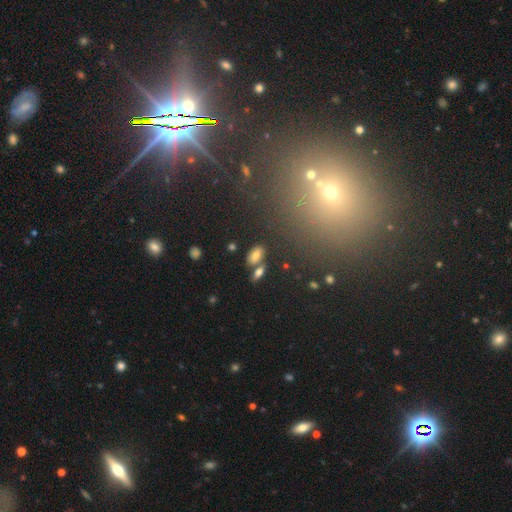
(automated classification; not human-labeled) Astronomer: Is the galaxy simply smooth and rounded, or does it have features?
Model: smooth — 75%.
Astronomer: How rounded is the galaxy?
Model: in between — 88%.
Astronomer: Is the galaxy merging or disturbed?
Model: none — 59%.